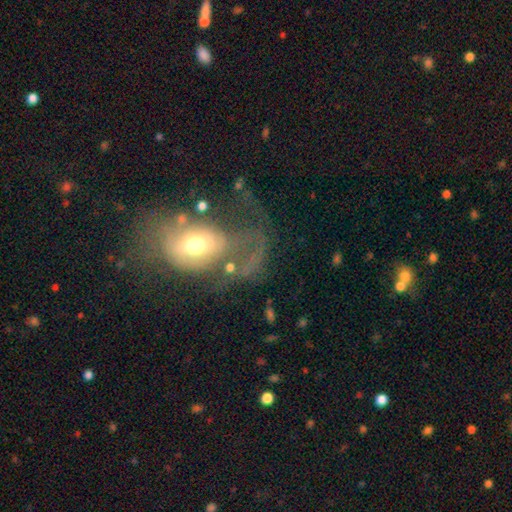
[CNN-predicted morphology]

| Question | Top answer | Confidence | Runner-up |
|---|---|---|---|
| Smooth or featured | featured or disk | 53% | smooth (36%) |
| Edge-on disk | no | 94% | yes (6%) |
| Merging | major disturbance | 48% | none (27%) |